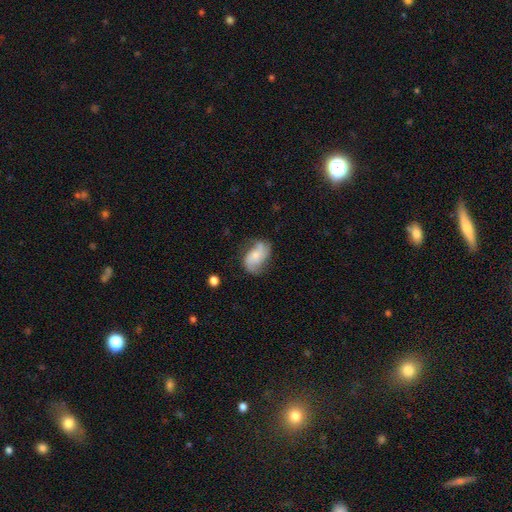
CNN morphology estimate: This appears to be a featured or disk galaxy (61%) with no bar (66%), 2 (71%) loose (52%) spiral arms (90%) and a small central bulge (54%). Merging: none (59%).